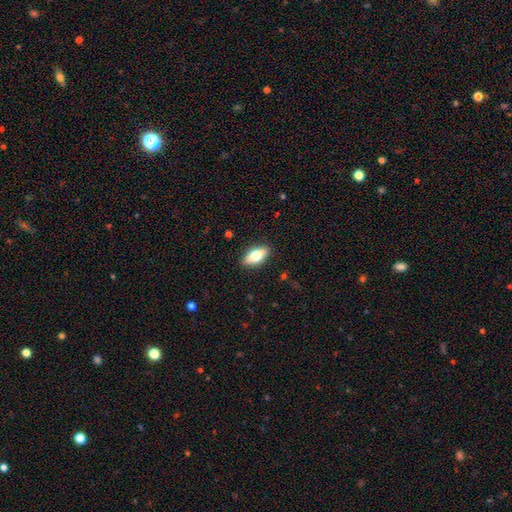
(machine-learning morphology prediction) Q: Smooth or featured?
A: smooth (63%); runner-up: featured or disk (30%)
Q: How rounded?
A: in between (79%); runner-up: cigar-shaped (18%)
Q: Merging?
A: none (88%); runner-up: minor disturbance (9%)